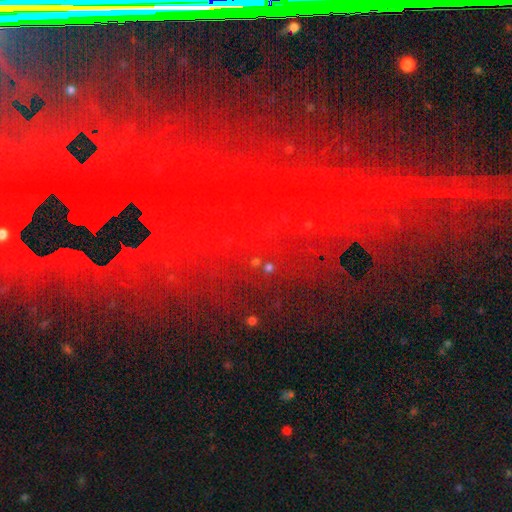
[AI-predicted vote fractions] smooth_or_featured: star or artifact (p=0.80) [alt: featured or disk p=0.12]